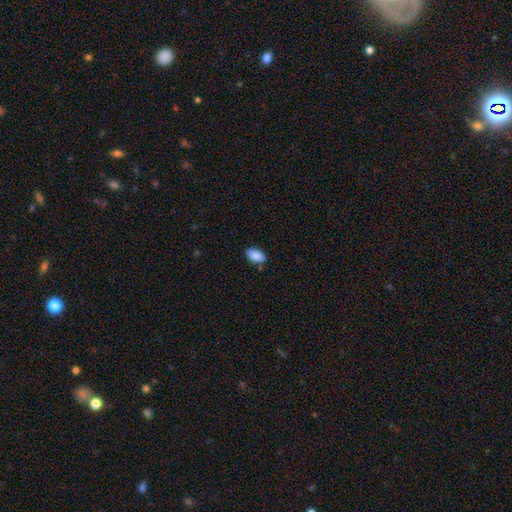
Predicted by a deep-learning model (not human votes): smooth-or-featured: smooth: 88% | star or artifact: 7% | featured or disk: 5%
  how-rounded: in between: 93% | round: 4% | cigar-shaped: 3%
  merging: none: 84% | minor disturbance: 11% | merger: 2% | major disturbance: 2%